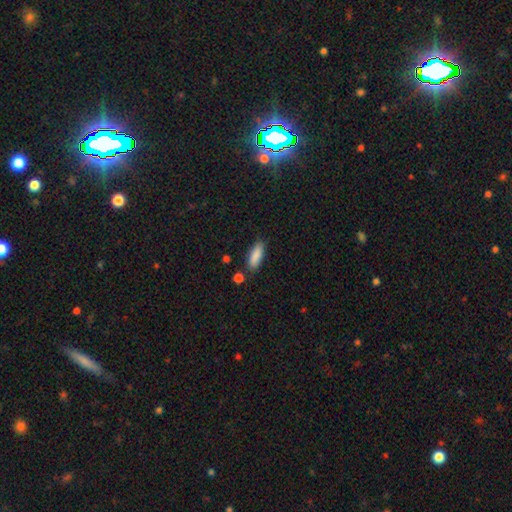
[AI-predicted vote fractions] The model was most divided on "how rounded": in between: 66%, cigar-shaped: 32%, round: 2%. More confident: smooth or featured — smooth (87%); merging — none (80%).